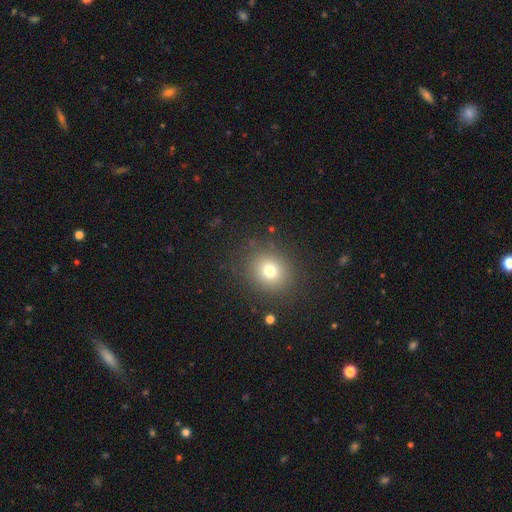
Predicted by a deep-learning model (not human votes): A smooth galaxy with no disk features (66%) that is round (86%). Merging: none (91%).